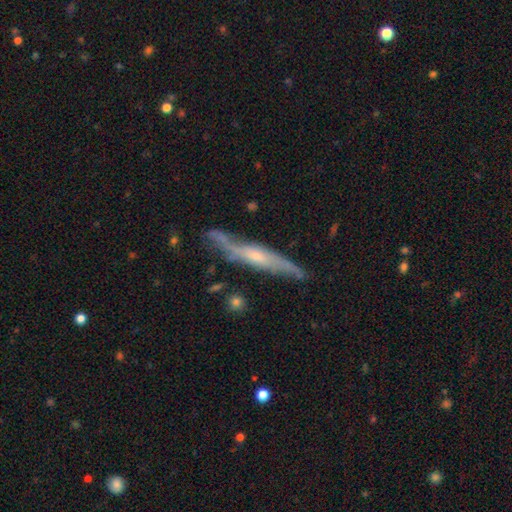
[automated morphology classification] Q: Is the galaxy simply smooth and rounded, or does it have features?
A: featured or disk — 73%.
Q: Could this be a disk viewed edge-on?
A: yes — 74%.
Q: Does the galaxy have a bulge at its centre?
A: rounded — 58%.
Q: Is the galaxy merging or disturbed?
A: none — 68%.